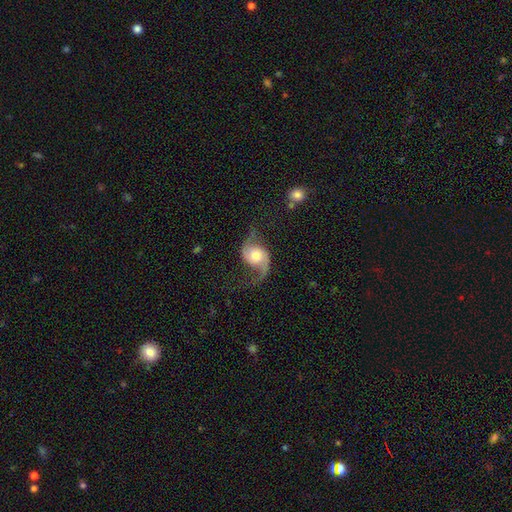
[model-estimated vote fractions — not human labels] A featured or disk galaxy (85%) with no bar (67%), 2 (88%) loose (72%) spiral arms (96%) and a moderate central bulge (58%). Merging: none (62%).